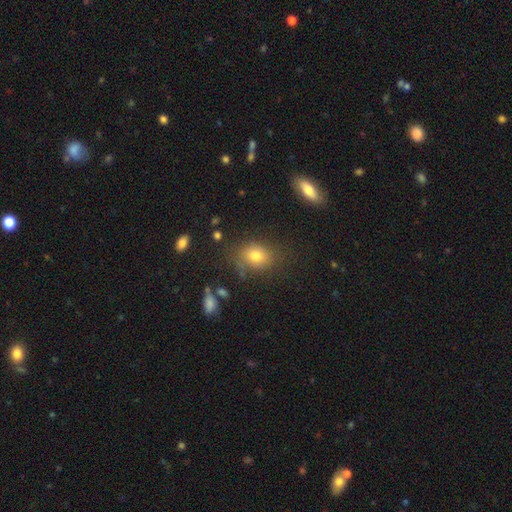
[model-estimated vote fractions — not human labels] The model was most divided on "how rounded": in between: 57%, round: 42%, cigar-shaped: 2%. More confident: smooth or featured — smooth (75%); merging — none (72%).